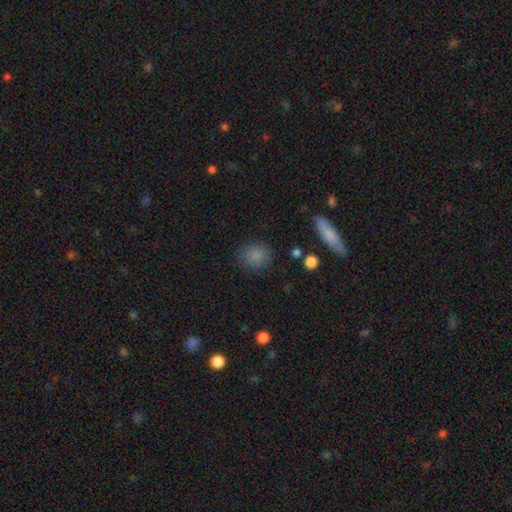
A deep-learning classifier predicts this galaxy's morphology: Q: Smooth or featured?
A: smooth (83%); runner-up: star or artifact (12%)
Q: How rounded?
A: round (81%); runner-up: in between (18%)
Q: Merging?
A: none (82%); runner-up: minor disturbance (12%)